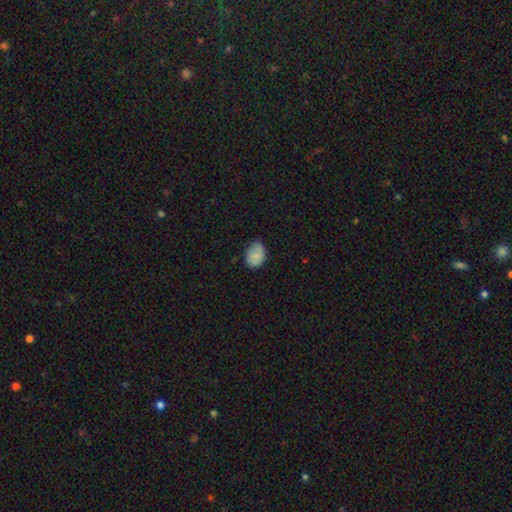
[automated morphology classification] Q: Smooth or featured?
A: smooth (78%); runner-up: featured or disk (14%)
Q: How rounded?
A: in between (67%); runner-up: round (32%)
Q: Merging?
A: none (61%); runner-up: minor disturbance (32%)